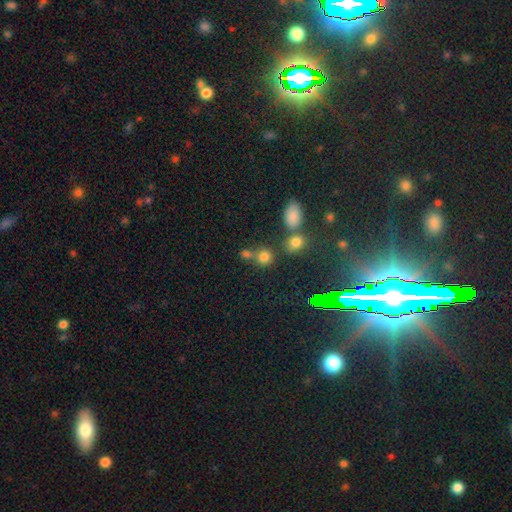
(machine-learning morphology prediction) smooth-or-featured: star or artifact: 54% | smooth: 36% | featured or disk: 10%